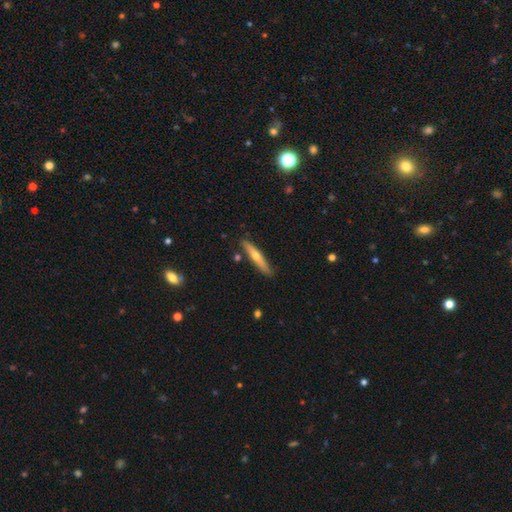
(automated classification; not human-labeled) Smooth or featured?
  - featured or disk: 48% *
  - smooth: 47%
  - star or artifact: 6%
Merging?
  - none: 84% *
  - minor disturbance: 11%
  - merger: 3%
  - major disturbance: 2%